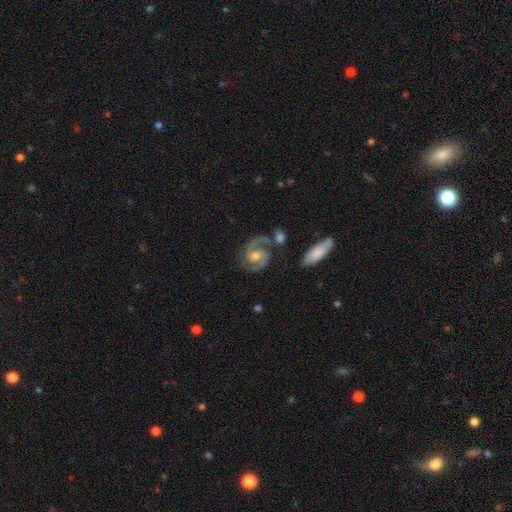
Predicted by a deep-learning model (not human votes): Morphology: type=featured or disk (89%); edge-on=no (98%); bar=no (51%); spiral arms=yes (98%); winding=medium (54%); arm count=2 (93%); bulge=moderate (63%); merging=none (74%).